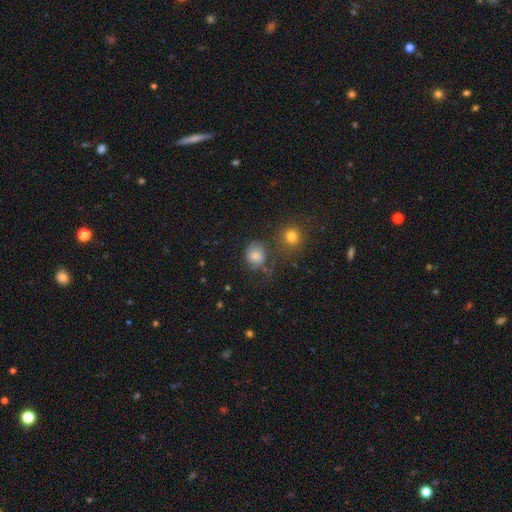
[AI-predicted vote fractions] smooth_or_featured: smooth (p=0.66) [alt: featured or disk p=0.20]
how_rounded: round (p=0.70) [alt: in between p=0.29]
merging: none (p=0.53) [alt: minor disturbance p=0.22]